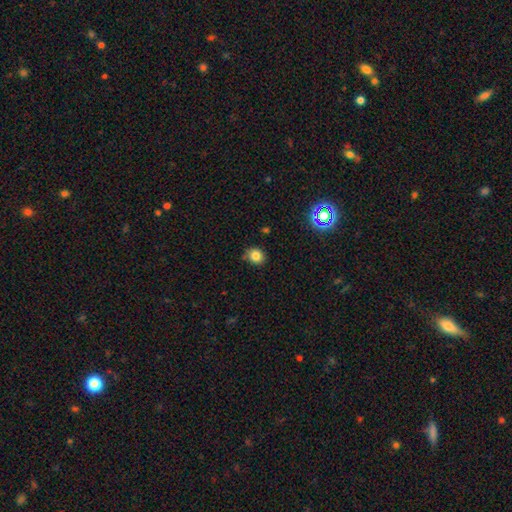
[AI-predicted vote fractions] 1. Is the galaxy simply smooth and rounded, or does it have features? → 81% smooth, 13% star or artifact, 6% featured or disk.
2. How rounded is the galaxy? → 72% round, 27% in between, 1% cigar-shaped.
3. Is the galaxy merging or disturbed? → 80% none, 15% minor disturbance, 3% major disturbance, 2% merger.